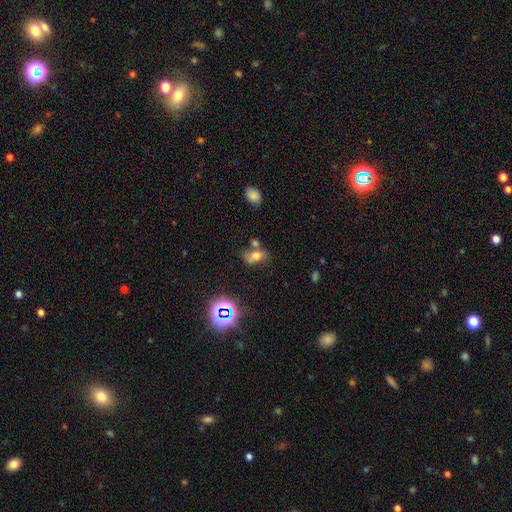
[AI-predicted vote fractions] The model was most divided on "merging": none: 47%, merger: 26%, minor disturbance: 19%, major disturbance: 8%. More confident: how rounded — in between (79%); smooth or featured — smooth (61%).